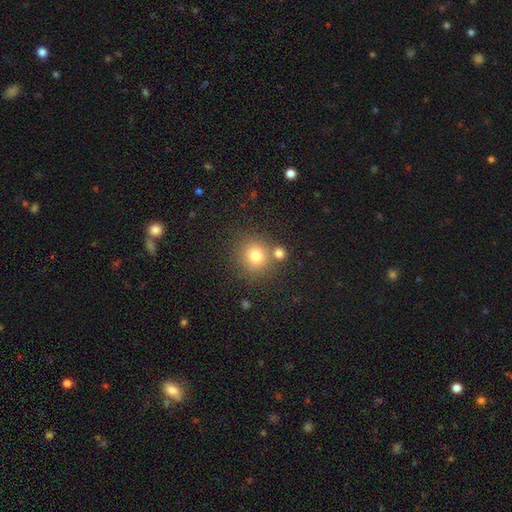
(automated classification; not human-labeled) The model was most divided on "merging": none: 70%, merger: 17%, minor disturbance: 9%, major disturbance: 3%. More confident: how rounded — round (89%); smooth or featured — smooth (78%).